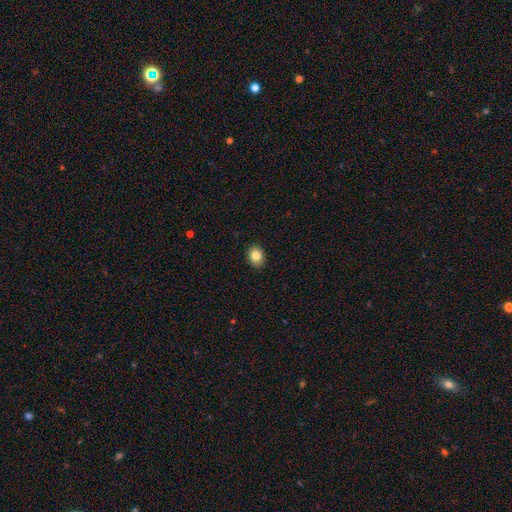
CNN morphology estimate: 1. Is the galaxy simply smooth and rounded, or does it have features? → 83% smooth, 9% star or artifact, 7% featured or disk.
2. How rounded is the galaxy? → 54% in between, 45% round, 1% cigar-shaped.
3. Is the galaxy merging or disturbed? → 91% none, 7% minor disturbance, 2% major disturbance, 1% merger.